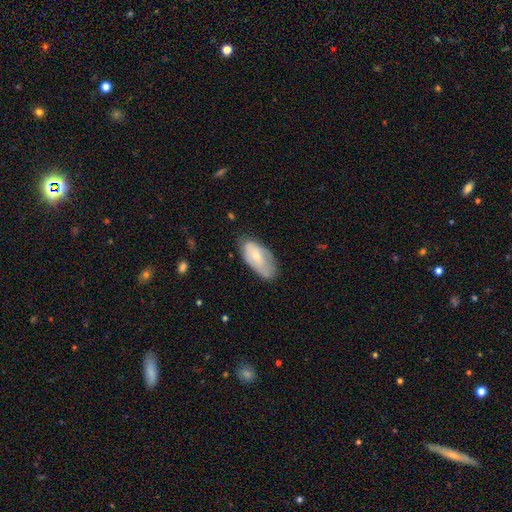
Smooth or featured?
  - smooth: 46% * (tied)
  - featured or disk: 46% * (tied)
  - star or artifact: 8%
How rounded?
  - in between: 89% *
  - cigar-shaped: 11%
  - round: 0%
Merging?
  - minor disturbance: 50% *
  - none: 39%
  - major disturbance: 8%
  - merger: 3%